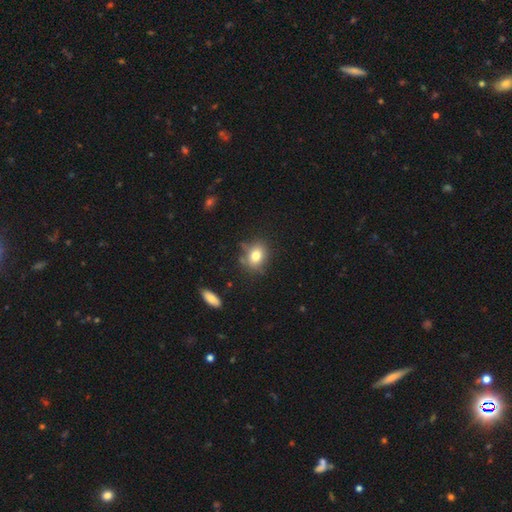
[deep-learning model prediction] A smooth galaxy with no disk features (80%) that is in between round and cigar-shaped (55%).

Vote fractions:
- Smooth or featured? smooth: 80% / star or artifact: 10% / featured or disk: 10%
- How rounded? in between: 55% / round: 43% / cigar-shaped: 2%
- Merging? none: 74% / minor disturbance: 17% / merger: 4% / major disturbance: 4%